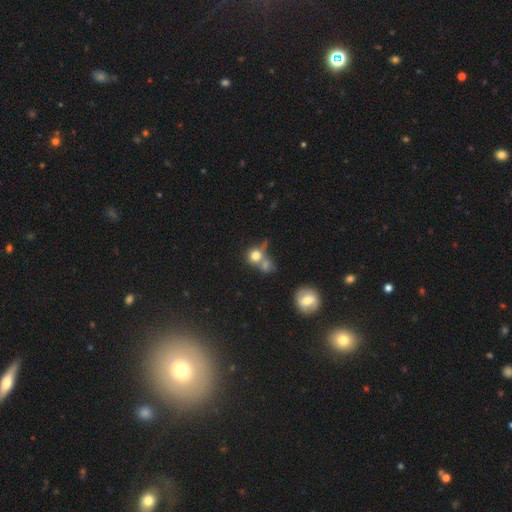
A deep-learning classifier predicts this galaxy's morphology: Smooth or featured? smooth (74%)
How rounded? round (82%)
Merging? merger (43%)